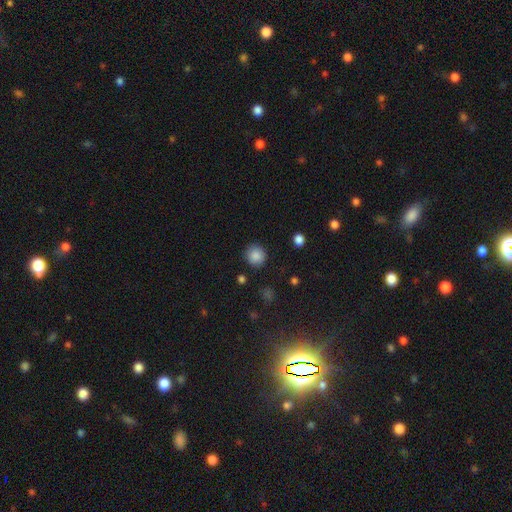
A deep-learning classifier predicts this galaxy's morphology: smooth 87%, star or artifact 9%, featured or disk 4%. Down the decision tree: how rounded — round (91%); merging — none (88%).